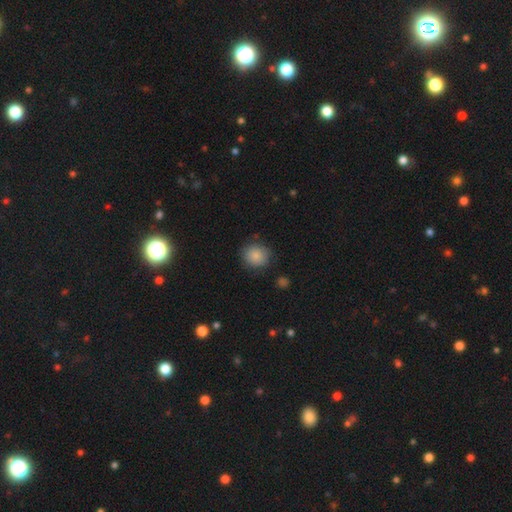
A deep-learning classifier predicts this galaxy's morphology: Smooth or featured?
  - smooth: 86% *
  - star or artifact: 9%
  - featured or disk: 6%
How rounded?
  - round: 86% *
  - in between: 13%
  - cigar-shaped: 1%
Merging?
  - none: 84% *
  - minor disturbance: 11%
  - major disturbance: 3%
  - merger: 2%